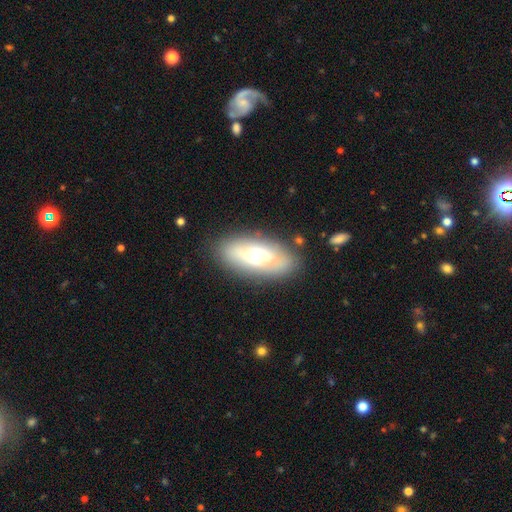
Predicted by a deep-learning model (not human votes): Smooth or featured: smooth — 51% (featured or disk — 42%)
How rounded: in between — 86% (cigar-shaped — 11%)
Merging: none — 79% (minor disturbance — 14%)